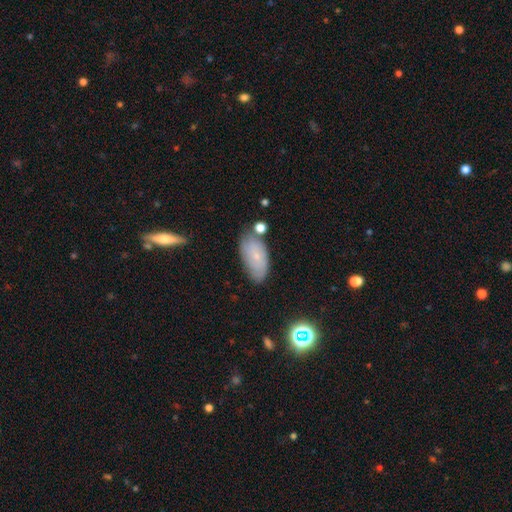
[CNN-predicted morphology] This is possibly a smooth galaxy (60%). How rounded: clearly in between (91%). Merging: likely none (65%).